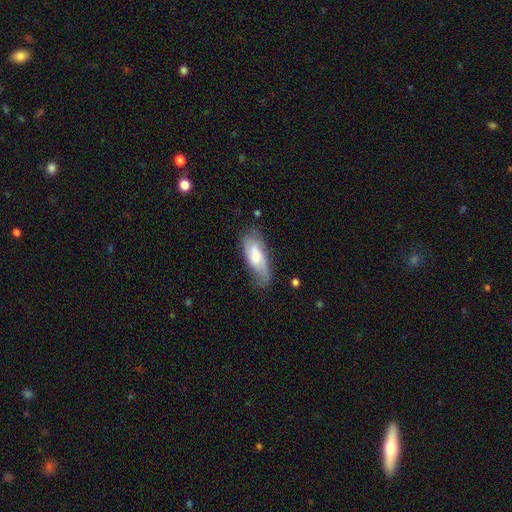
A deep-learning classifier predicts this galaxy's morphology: Smooth or featured: smooth — 58% (featured or disk — 35%)
How rounded: in between — 70% (cigar-shaped — 28%)
Merging: none — 56% (minor disturbance — 30%)